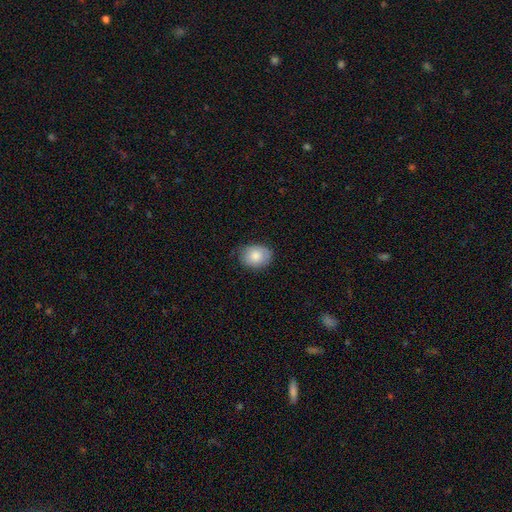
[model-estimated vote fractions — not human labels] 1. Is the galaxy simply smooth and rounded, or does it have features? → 82% smooth, 11% featured or disk, 7% star or artifact.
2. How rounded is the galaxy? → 62% in between, 38% round, 1% cigar-shaped.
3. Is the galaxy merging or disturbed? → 76% none, 20% minor disturbance, 3% major disturbance, 1% merger.